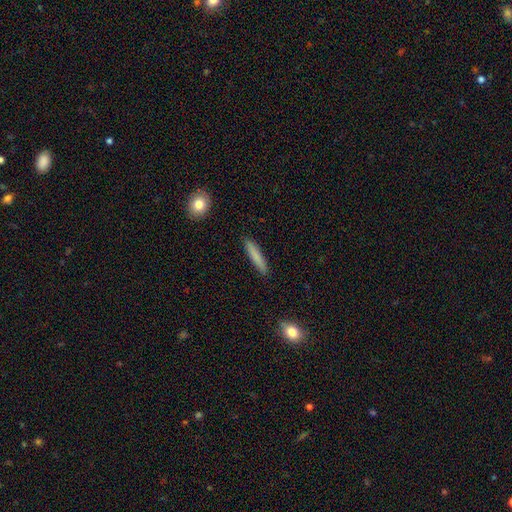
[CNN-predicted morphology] smooth_or_featured: smooth (p=0.82) [alt: featured or disk p=0.12]
how_rounded: cigar-shaped (p=0.91) [alt: in between p=0.08]
merging: none (p=0.90) [alt: minor disturbance p=0.07]